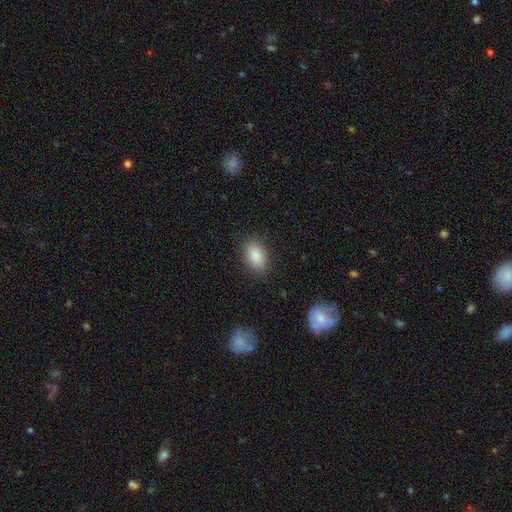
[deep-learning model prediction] This is clearly a smooth galaxy (88%). How rounded: clearly in between (90%). Merging: clearly none (87%).